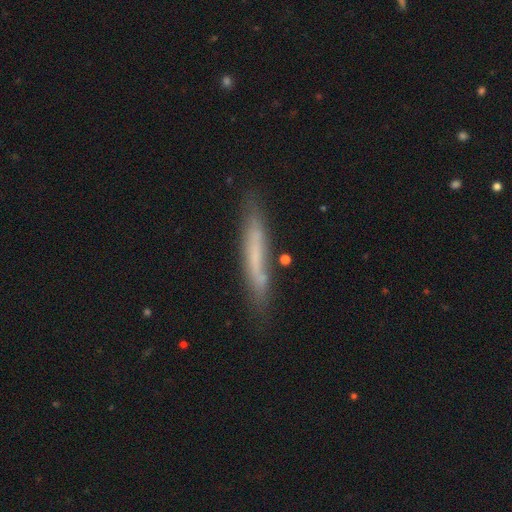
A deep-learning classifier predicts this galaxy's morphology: smooth-or-featured: smooth: 51% | featured or disk: 41% | star or artifact: 8%
  how-rounded: cigar-shaped: 94% | in between: 4% | round: 1%
  merging: none: 78% | minor disturbance: 16% | major disturbance: 3% | merger: 3%